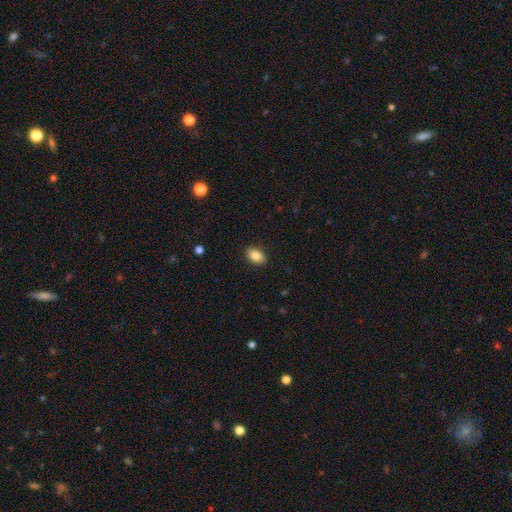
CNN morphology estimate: Smooth or featured? Predicted: smooth (p=0.86). How rounded? Predicted: in between (p=0.86). Merging? Predicted: none (p=0.89).